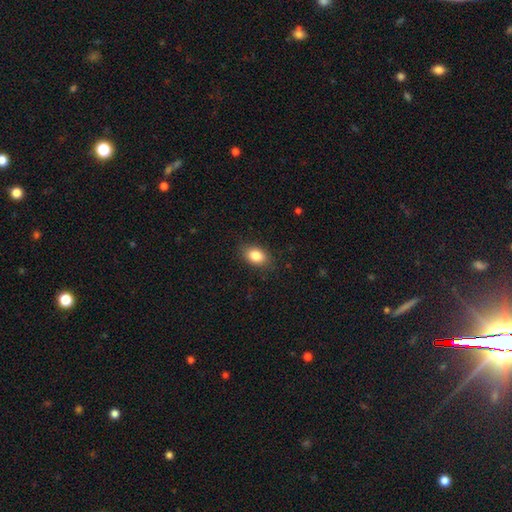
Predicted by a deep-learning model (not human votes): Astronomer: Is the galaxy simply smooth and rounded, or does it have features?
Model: smooth — 84%.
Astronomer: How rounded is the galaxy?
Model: in between — 82%.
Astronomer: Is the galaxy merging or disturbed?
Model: none — 84%.